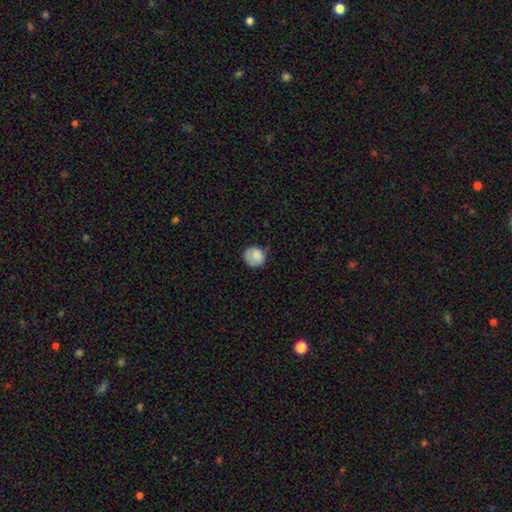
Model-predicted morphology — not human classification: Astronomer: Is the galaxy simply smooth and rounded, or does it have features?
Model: smooth — 82%.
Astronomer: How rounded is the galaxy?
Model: round — 83%.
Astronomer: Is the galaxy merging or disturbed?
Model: none — 67%.